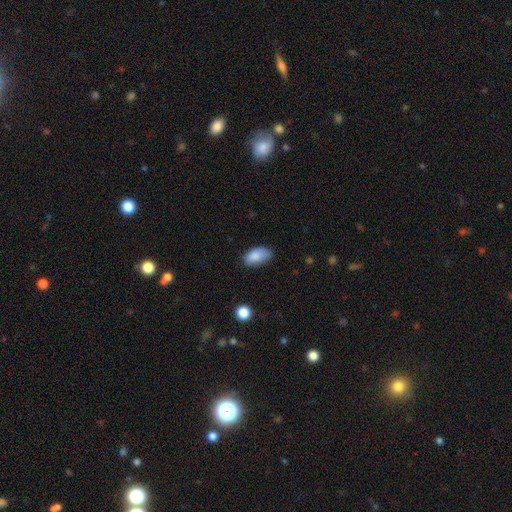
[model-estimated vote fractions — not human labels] smooth_or_featured: smooth (p=0.85) [alt: star or artifact p=0.08]
how_rounded: in between (p=0.93) [alt: round p=0.05]
merging: none (p=0.68) [alt: minor disturbance p=0.26]